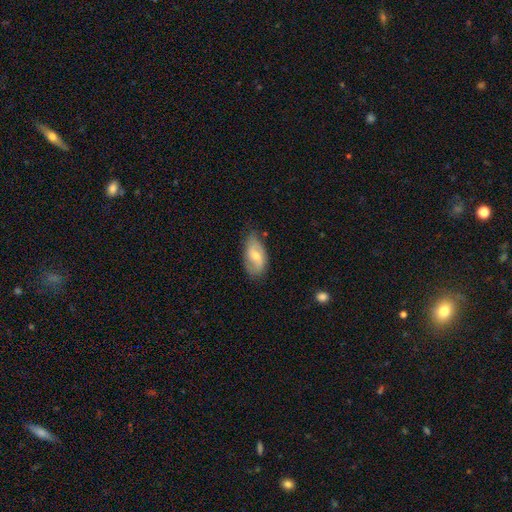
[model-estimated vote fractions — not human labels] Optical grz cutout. It shows a smooth galaxy with no disk features (48%). Merging: none (66%).